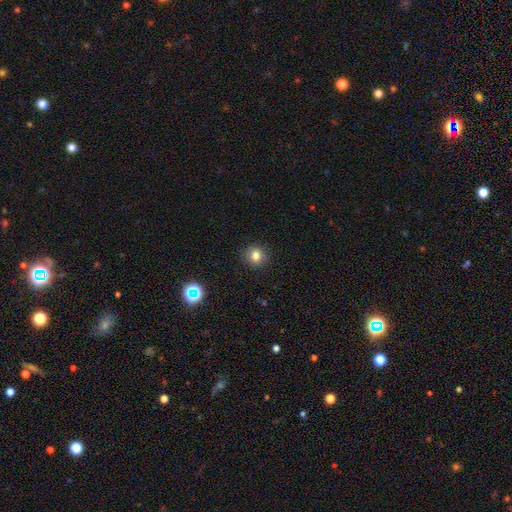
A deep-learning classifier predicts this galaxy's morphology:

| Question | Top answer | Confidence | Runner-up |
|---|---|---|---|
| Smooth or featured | smooth | 81% | star or artifact (13%) |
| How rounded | round | 89% | in between (10%) |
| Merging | none | 91% | minor disturbance (6%) |